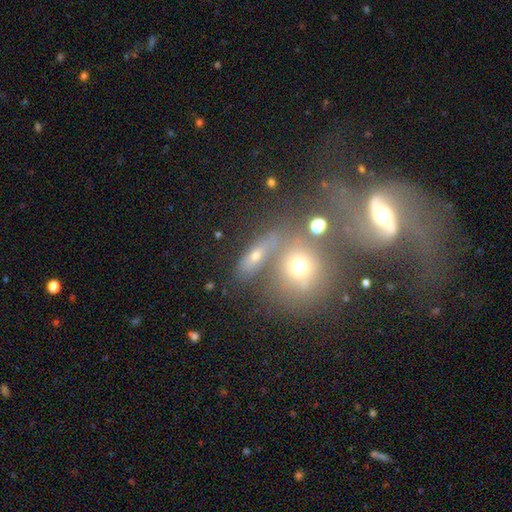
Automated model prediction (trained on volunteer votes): This is possibly a smooth galaxy (56%). How rounded: possibly in between (46%). Merging: possibly none (55%).